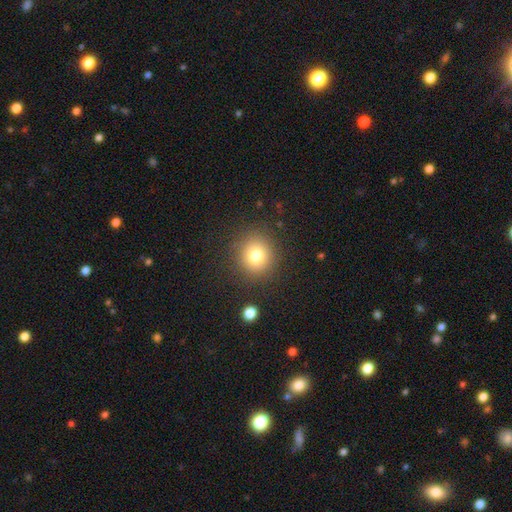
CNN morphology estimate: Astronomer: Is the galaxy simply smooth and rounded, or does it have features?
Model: smooth — 77%.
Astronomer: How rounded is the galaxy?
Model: round — 88%.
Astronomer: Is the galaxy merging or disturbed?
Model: none — 87%.